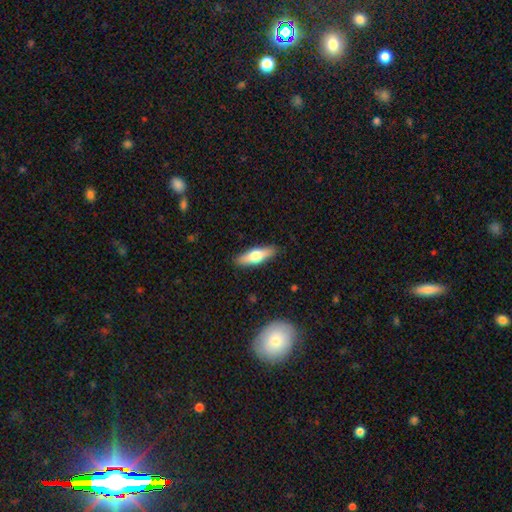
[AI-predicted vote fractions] Morphology: type=smooth (56%); roundness=cigar-shaped (50%); merging=none (89%).